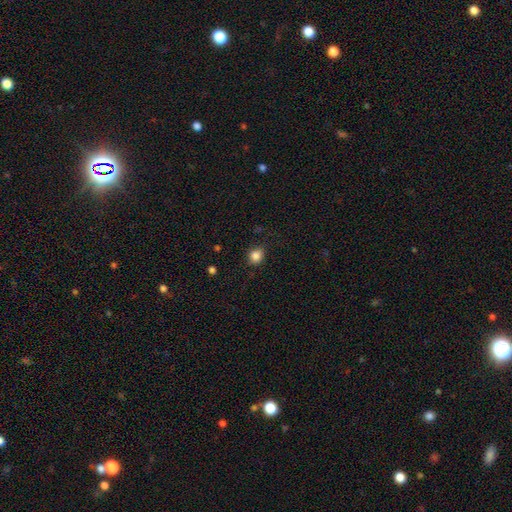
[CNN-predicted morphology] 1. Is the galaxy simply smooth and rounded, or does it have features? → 85% smooth, 11% star or artifact, 4% featured or disk.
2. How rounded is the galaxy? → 74% round, 25% in between, 1% cigar-shaped.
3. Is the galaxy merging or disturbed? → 82% none, 14% minor disturbance, 4% major disturbance, 1% merger.